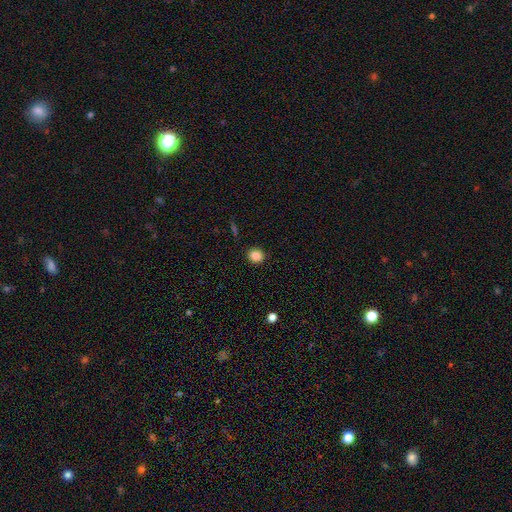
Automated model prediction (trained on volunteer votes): smooth-or-featured: smooth: 86% | star or artifact: 10% | featured or disk: 4%
  how-rounded: round: 81% | in between: 18% | cigar-shaped: 1%
  merging: none: 91% | minor disturbance: 6% | major disturbance: 2% | merger: 1%